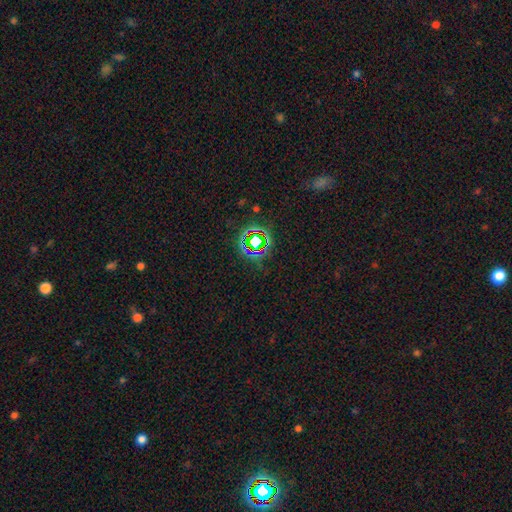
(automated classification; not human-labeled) Overall: star or artifact (74%).